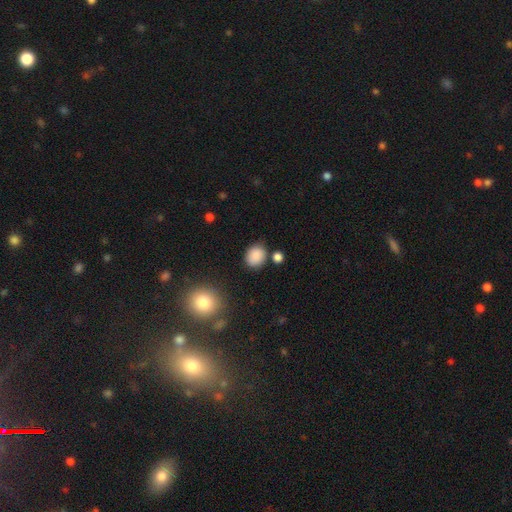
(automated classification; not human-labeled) smooth 87%, star or artifact 9%, featured or disk 4%. Down the decision tree: how rounded — round (60%); merging — none (77%).